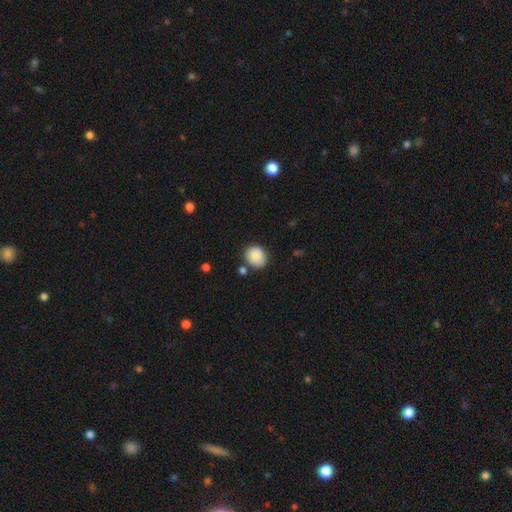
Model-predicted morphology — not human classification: smooth 88%, star or artifact 8%, featured or disk 5%. Down the decision tree: how rounded — round (62%); merging — none (74%).